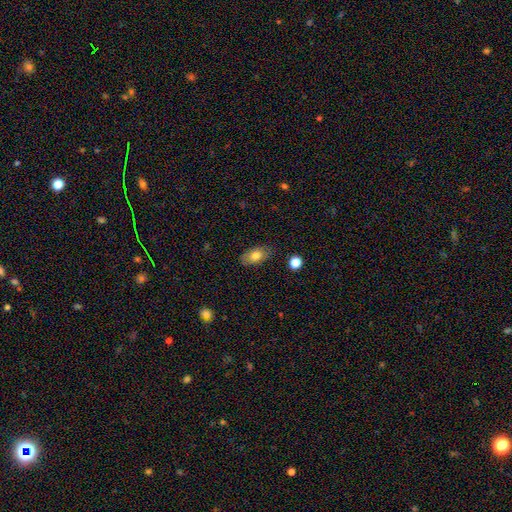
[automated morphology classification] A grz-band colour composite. It shows a smooth galaxy with no disk features (77%) that is in between round and cigar-shaped (90%). Merging: none (83%).